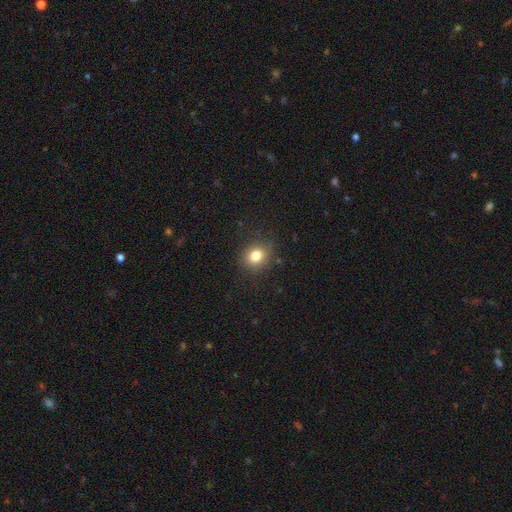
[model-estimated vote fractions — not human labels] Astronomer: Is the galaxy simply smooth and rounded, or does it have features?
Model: smooth — 81%.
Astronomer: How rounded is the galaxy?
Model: round — 69%.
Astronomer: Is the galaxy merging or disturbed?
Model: none — 84%.